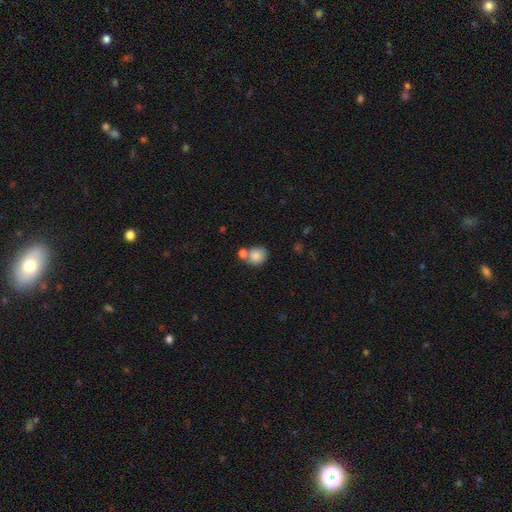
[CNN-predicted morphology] smooth-or-featured: smooth: 84% | star or artifact: 8% | featured or disk: 8%
  how-rounded: round: 77% | in between: 22% | cigar-shaped: 1%
  merging: none: 49% | merger: 34% | minor disturbance: 12% | major disturbance: 4%